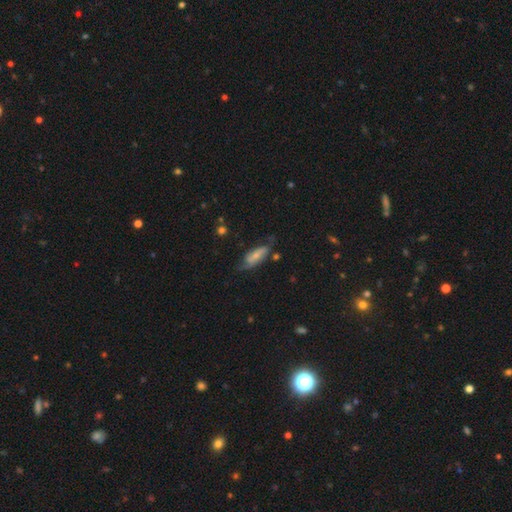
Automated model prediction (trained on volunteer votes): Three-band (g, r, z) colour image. It shows a featured or disk galaxy (51%). Merging: none (52%).